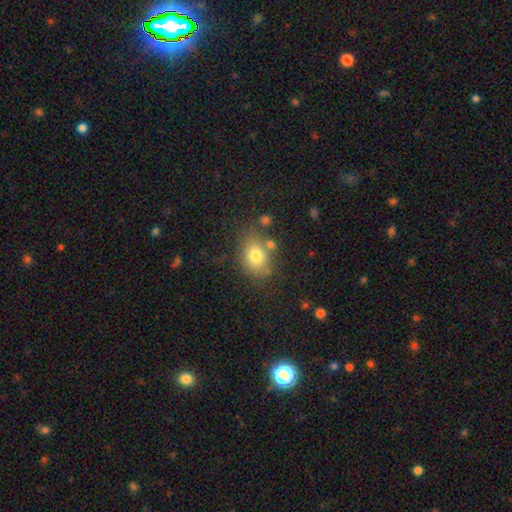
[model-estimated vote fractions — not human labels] Smooth or featured? smooth (76%)
How rounded? in between (61%)
Merging? none (69%)